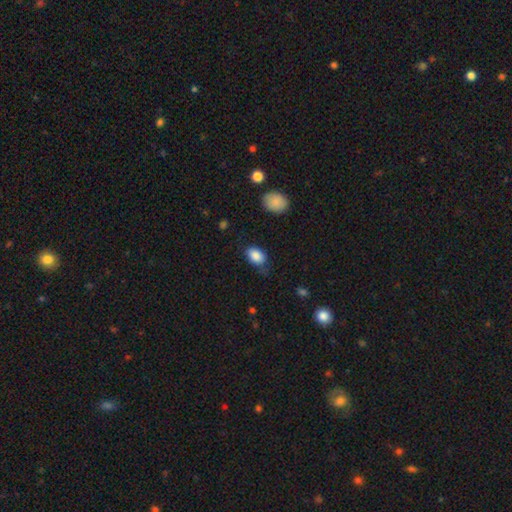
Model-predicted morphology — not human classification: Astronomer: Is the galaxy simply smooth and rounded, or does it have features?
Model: smooth — 87%.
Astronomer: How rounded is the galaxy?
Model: in between — 86%.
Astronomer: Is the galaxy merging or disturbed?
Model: none — 66%.